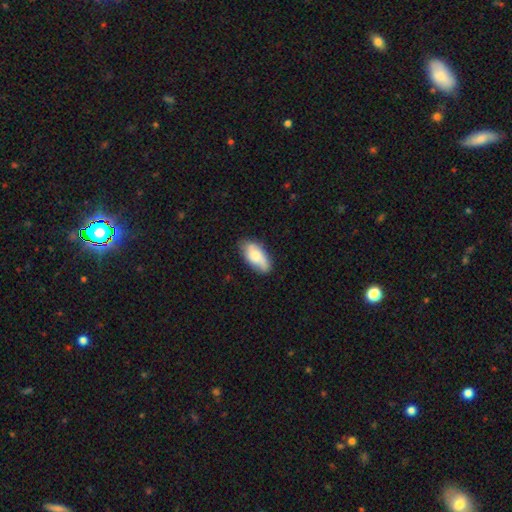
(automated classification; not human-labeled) This is likely a smooth galaxy (68%). How rounded: clearly in between (90%). Merging: likely none (72%).